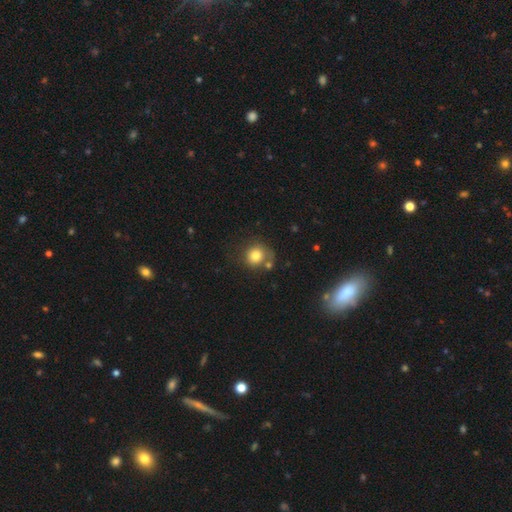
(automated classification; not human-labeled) A smooth galaxy with no disk features (79%) that is round (85%). Merging: none (62%).